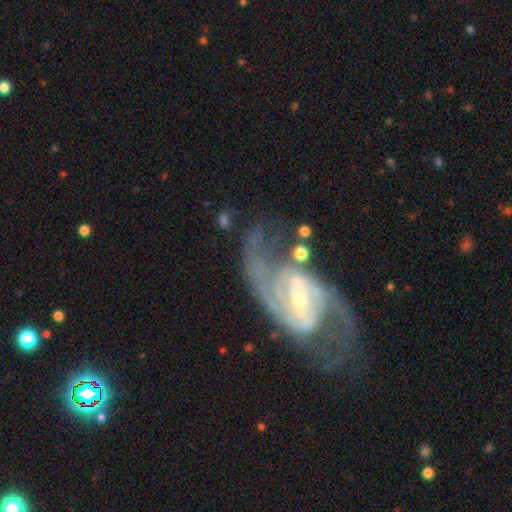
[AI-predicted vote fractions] Smooth or featured? Predicted: featured or disk (p=0.90). Edge-on disk? Predicted: no (p=0.97). Bar? Predicted: weak (p=0.42). Spiral arms? Predicted: yes (p=0.97). Spiral winding? Predicted: medium (p=0.50). Spiral arm count? Predicted: 2 (p=0.78). Bulge size? Predicted: small (p=0.76). Merging? Predicted: none (p=0.55).